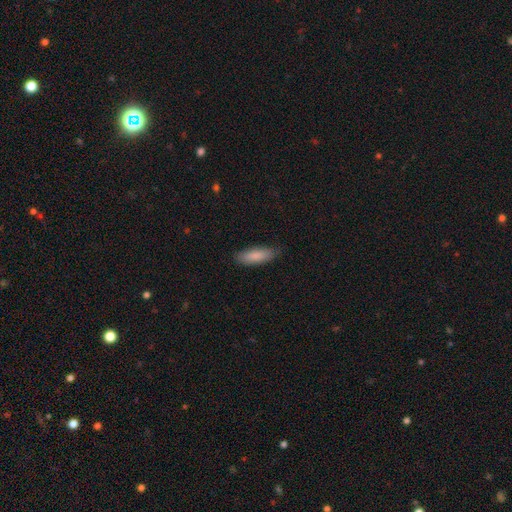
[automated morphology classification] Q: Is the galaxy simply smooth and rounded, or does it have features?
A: smooth — 86%.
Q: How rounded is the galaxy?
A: in between — 58%.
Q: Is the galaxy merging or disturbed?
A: none — 84%.